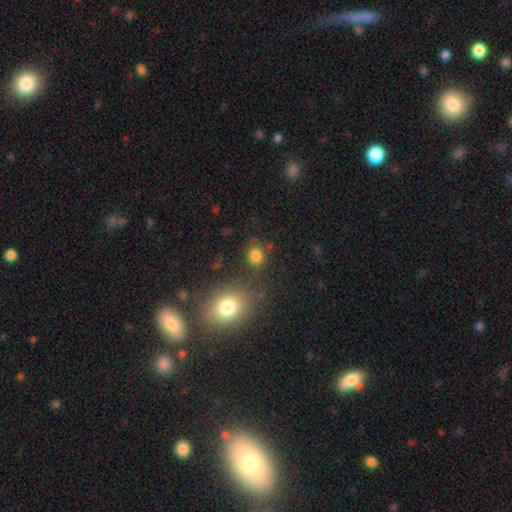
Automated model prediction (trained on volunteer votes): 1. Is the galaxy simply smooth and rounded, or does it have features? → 80% smooth, 14% star or artifact, 6% featured or disk.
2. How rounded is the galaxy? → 72% round, 27% in between, 1% cigar-shaped.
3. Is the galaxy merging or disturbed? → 74% none, 12% minor disturbance, 9% merger, 5% major disturbance.